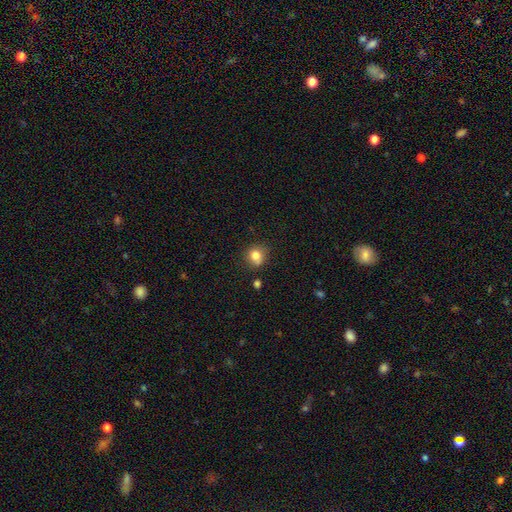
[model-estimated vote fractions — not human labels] Q: Smooth or featured?
A: smooth (80%); runner-up: star or artifact (11%)
Q: How rounded?
A: round (78%); runner-up: in between (21%)
Q: Merging?
A: none (71%); runner-up: minor disturbance (19%)